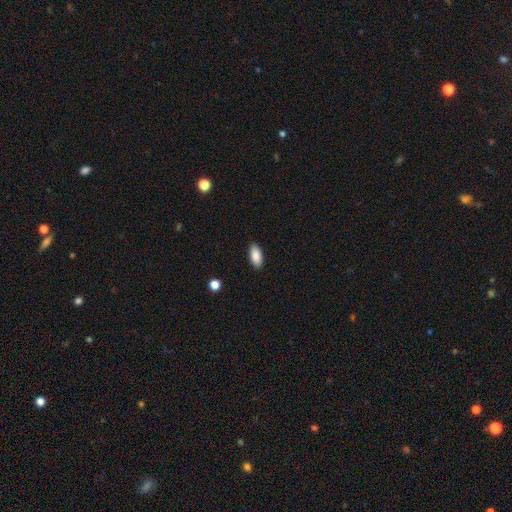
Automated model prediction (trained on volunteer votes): smooth_or_featured: smooth (p=0.88) [alt: star or artifact p=0.07]
how_rounded: in between (p=0.91) [alt: cigar-shaped p=0.07]
merging: none (p=0.89) [alt: minor disturbance p=0.08]